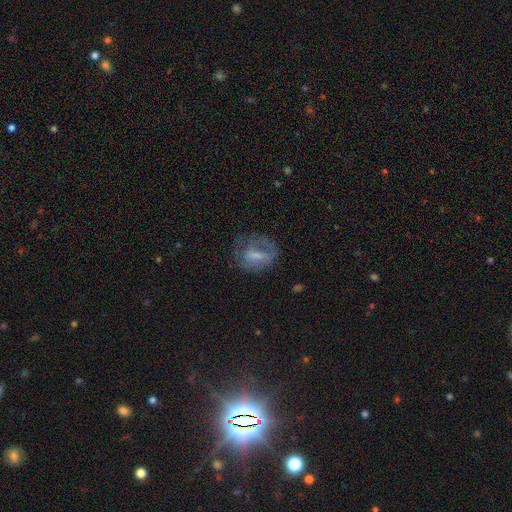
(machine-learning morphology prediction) Smooth or featured? Predicted: featured or disk (p=0.46). Merging? Predicted: none (p=0.47).